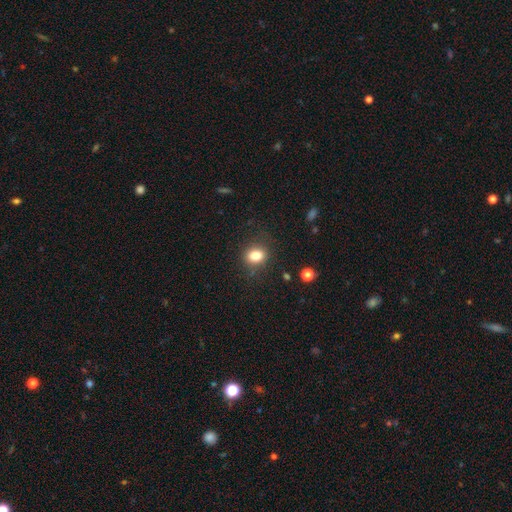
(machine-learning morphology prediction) Overall: smooth (82%). How rounded: in between (52%; round 46%). Merging: none (84%).